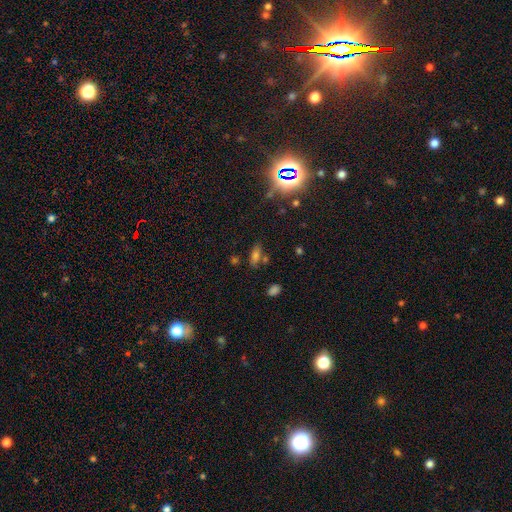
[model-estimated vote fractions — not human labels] This is likely a smooth galaxy (68%). How rounded: likely in between (74%). Merging: likely none (66%).